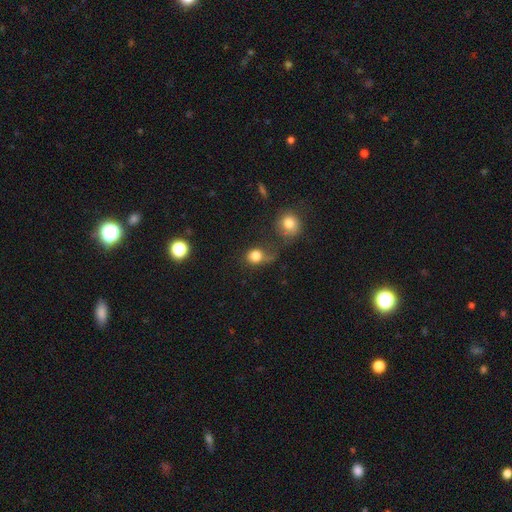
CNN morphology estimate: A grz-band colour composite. It shows a smooth galaxy with no disk features (77%) that is round (67%). Merging: none (33%).